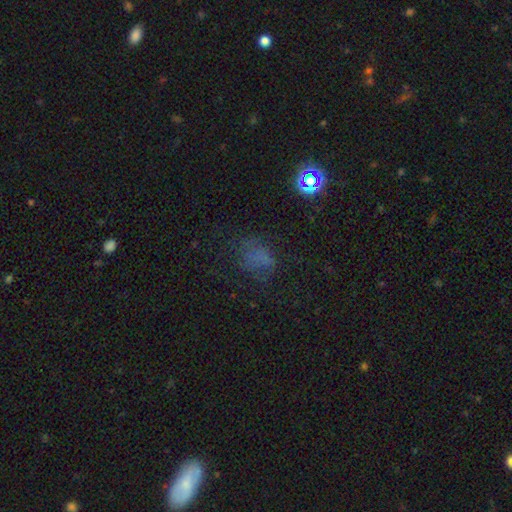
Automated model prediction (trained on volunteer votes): The model was most divided on "smooth or featured": smooth: 47%, star or artifact: 34%, featured or disk: 19%. More confident: merging — none (56%).